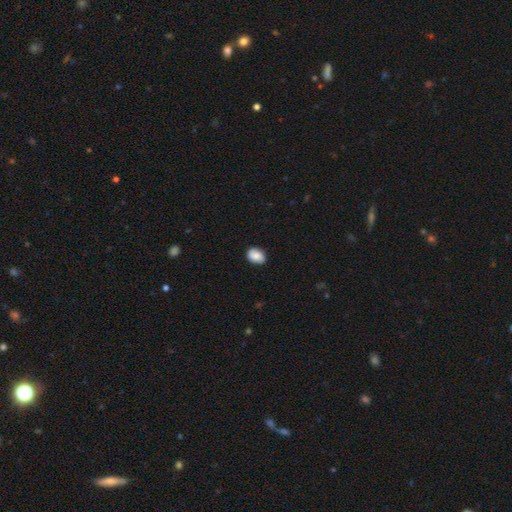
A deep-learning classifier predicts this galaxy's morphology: Q: Smooth or featured?
A: smooth (81%); runner-up: featured or disk (12%)
Q: How rounded?
A: in between (75%); runner-up: round (24%)
Q: Merging?
A: none (85%); runner-up: minor disturbance (12%)